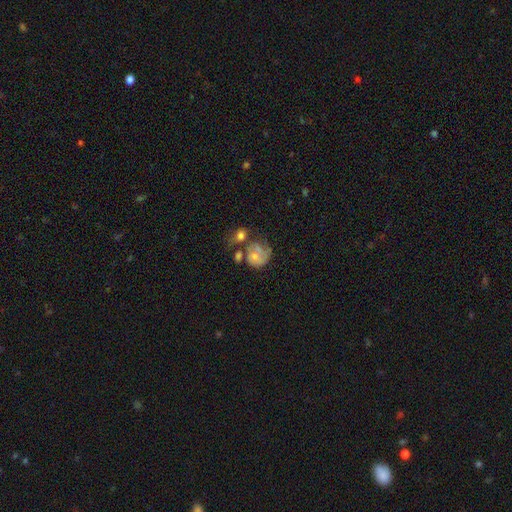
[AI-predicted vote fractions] smooth_or_featured: featured or disk (p=0.47) [alt: smooth p=0.44]
merging: merger (p=0.31) [alt: none p=0.25]